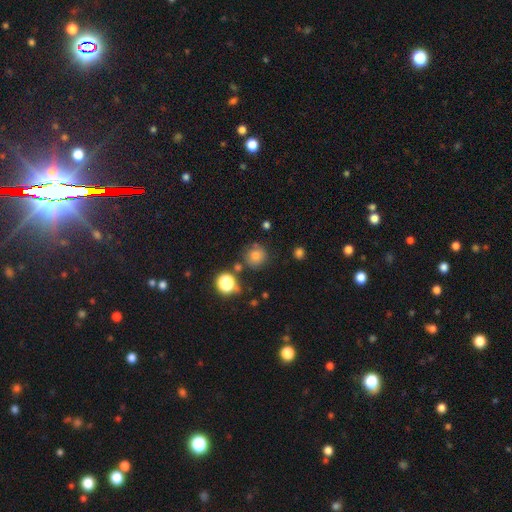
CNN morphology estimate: Smooth or featured: smooth — 76% (star or artifact — 16%)
How rounded: round — 91% (in between — 8%)
Merging: none — 76% (minor disturbance — 13%)